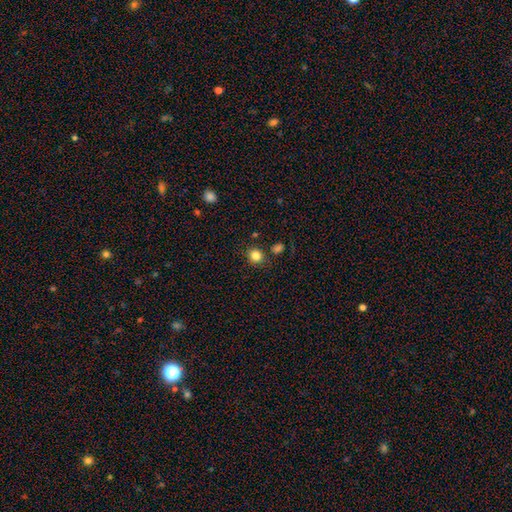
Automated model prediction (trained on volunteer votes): Overall: smooth (84%). How rounded: round (85%). Merging: none (84%).